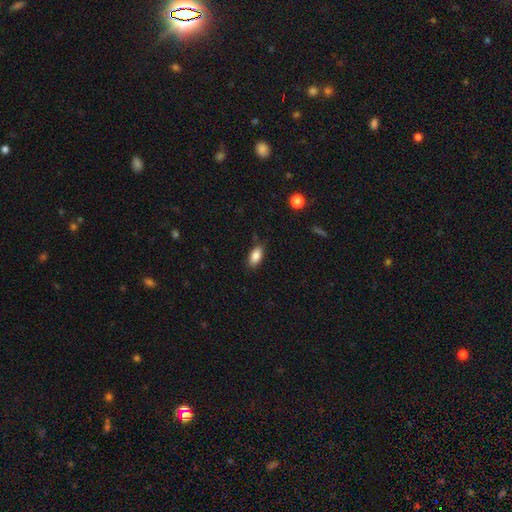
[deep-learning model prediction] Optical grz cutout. It shows a smooth galaxy with no disk features (86%) that is in between round and cigar-shaped (89%). Merging: none (81%).